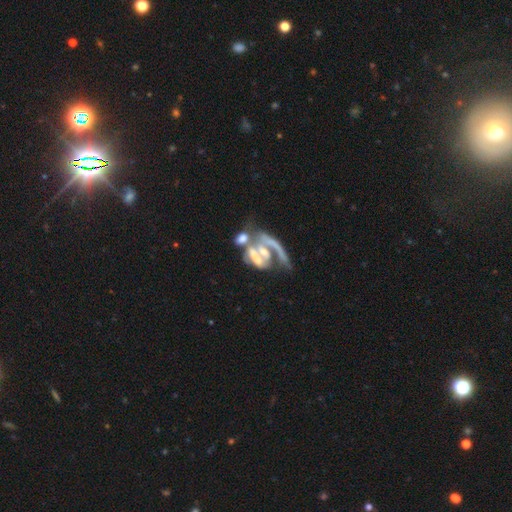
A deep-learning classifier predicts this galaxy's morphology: smooth_or_featured: featured or disk (p=0.72) [alt: smooth p=0.16]
disk_edge_on: no (p=0.94) [alt: yes p=0.06]
bar: no (p=0.45) [alt: weak p=0.29]
has_spiral_arms: yes (p=0.64) [alt: no p=0.36]
bulge_size: moderate (p=0.35) [alt: small p=0.32]
merging: merger (p=0.59) [alt: major disturbance p=0.19]